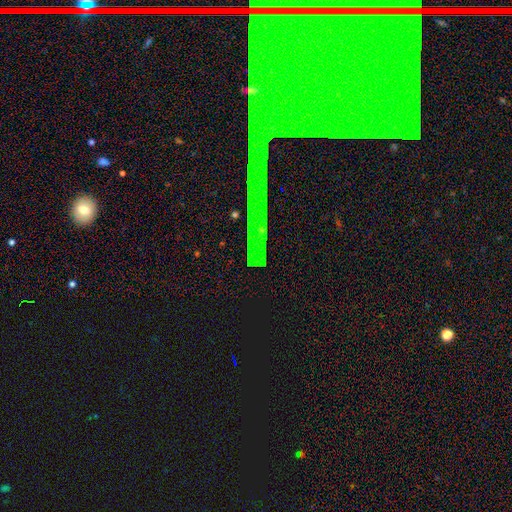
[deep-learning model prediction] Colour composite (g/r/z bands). It shows a star or artifact, not a galaxy (64%).